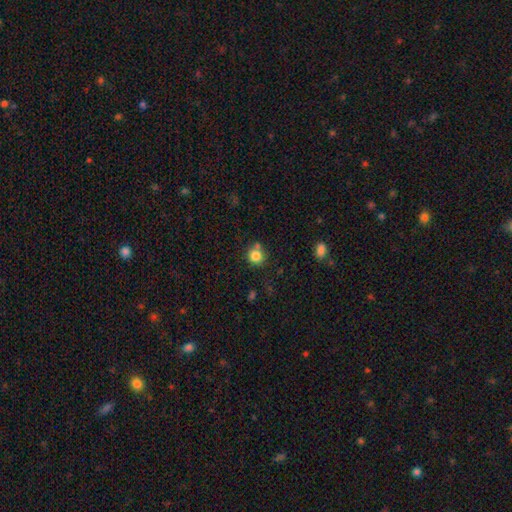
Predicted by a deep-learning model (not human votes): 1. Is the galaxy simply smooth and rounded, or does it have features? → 83% smooth, 11% star or artifact, 6% featured or disk.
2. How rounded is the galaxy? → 90% round, 9% in between, 1% cigar-shaped.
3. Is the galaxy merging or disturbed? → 65% none, 19% merger, 12% minor disturbance, 4% major disturbance.